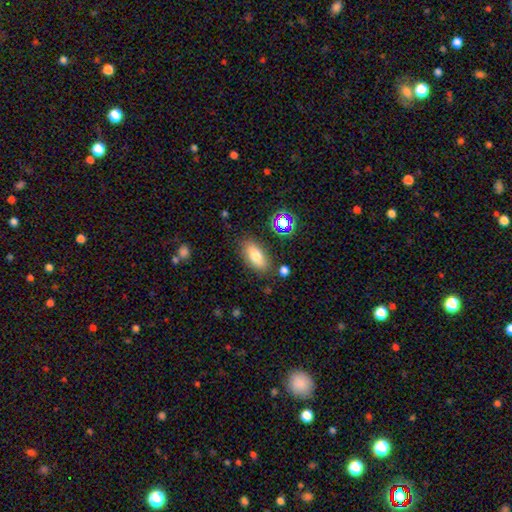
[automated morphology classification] Smooth or featured: smooth — 74% (featured or disk — 15%)
How rounded: in between — 87% (cigar-shaped — 8%)
Merging: none — 81% (minor disturbance — 12%)